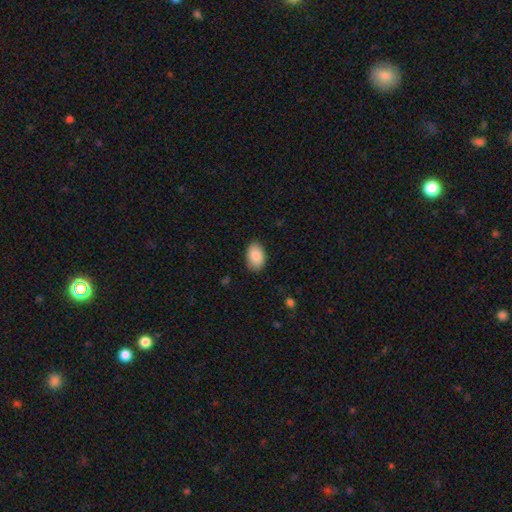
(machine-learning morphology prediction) Smooth or featured?
  - smooth: 86% *
  - featured or disk: 7%
  - star or artifact: 7%
How rounded?
  - in between: 87% *
  - round: 12%
  - cigar-shaped: 1%
Merging?
  - none: 85% *
  - minor disturbance: 12%
  - major disturbance: 2%
  - merger: 1%